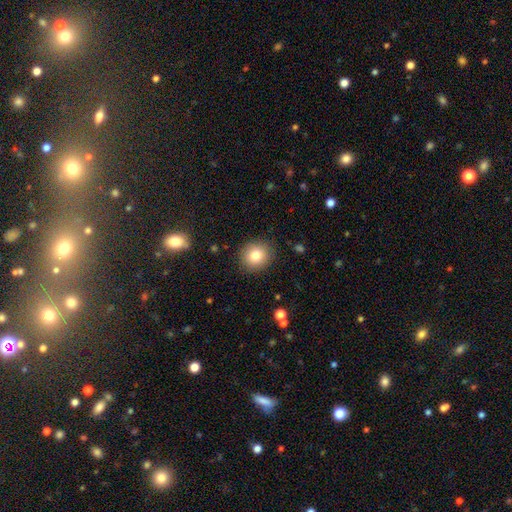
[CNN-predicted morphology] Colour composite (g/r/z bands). It shows a smooth galaxy with no disk features (80%) that is round (83%). Merging: none (89%).